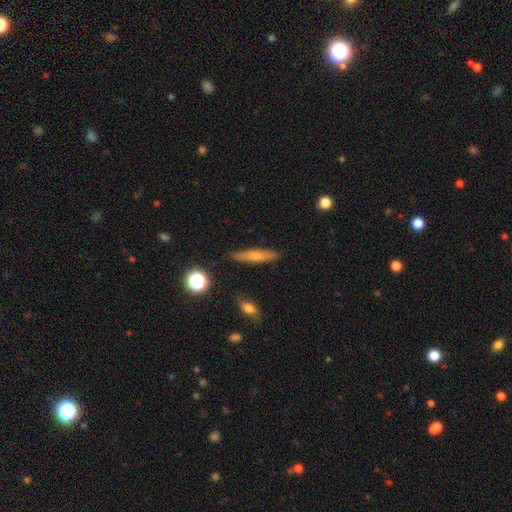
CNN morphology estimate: Q: Smooth or featured?
A: smooth (63%); runner-up: featured or disk (29%)
Q: How rounded?
A: cigar-shaped (81%); runner-up: in between (16%)
Q: Merging?
A: none (87%); runner-up: minor disturbance (9%)